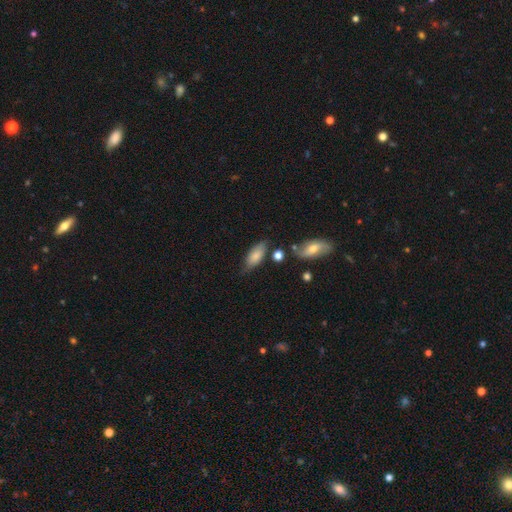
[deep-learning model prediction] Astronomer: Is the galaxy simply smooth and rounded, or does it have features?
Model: smooth — 80%.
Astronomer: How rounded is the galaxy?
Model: in between — 85%.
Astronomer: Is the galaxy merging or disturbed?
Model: none — 68%.